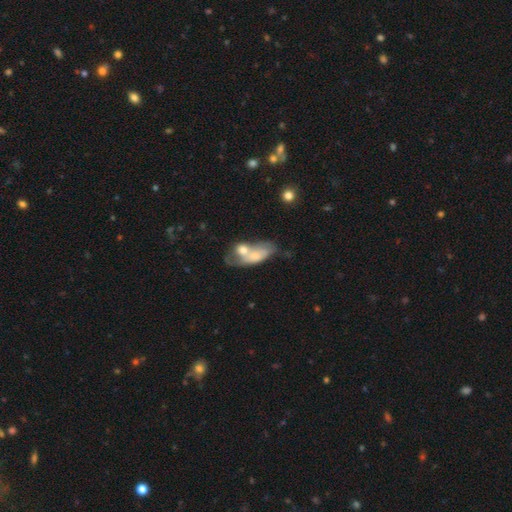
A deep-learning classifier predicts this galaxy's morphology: Smooth or featured?
  - smooth: 58% *
  - featured or disk: 35%
  - star or artifact: 7%
How rounded?
  - in between: 82% *
  - cigar-shaped: 10%
  - round: 8%
Merging?
  - merger: 58% *
  - none: 16%
  - major disturbance: 13%
  - minor disturbance: 12%